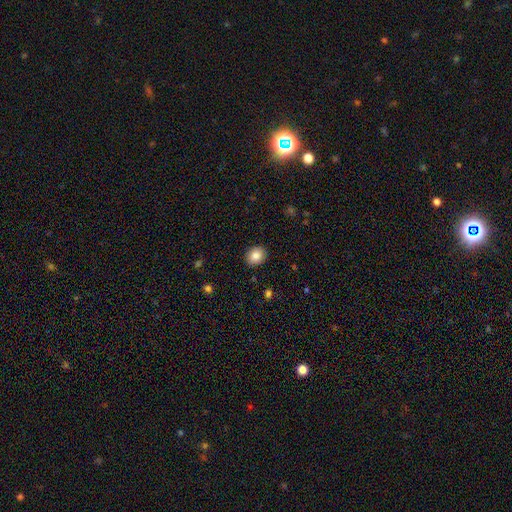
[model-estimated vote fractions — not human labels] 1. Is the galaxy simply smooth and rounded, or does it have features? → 85% smooth, 8% star or artifact, 7% featured or disk.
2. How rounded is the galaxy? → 56% round, 43% in between, 1% cigar-shaped.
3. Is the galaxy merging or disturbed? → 90% none, 7% minor disturbance, 2% major disturbance, 1% merger.